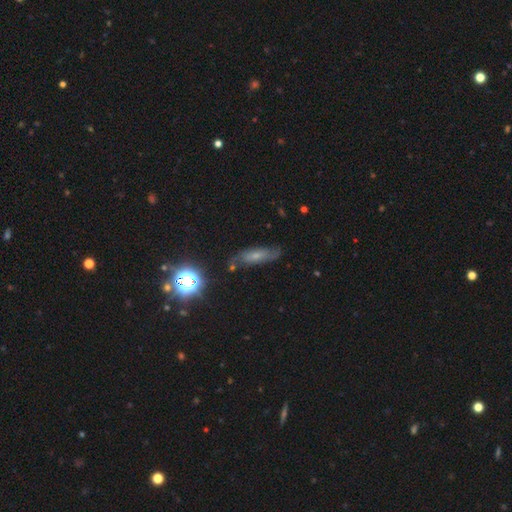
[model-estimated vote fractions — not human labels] Q: Smooth or featured?
A: featured or disk (46%); runner-up: smooth (36%)
Q: Merging?
A: none (69%); runner-up: minor disturbance (21%)